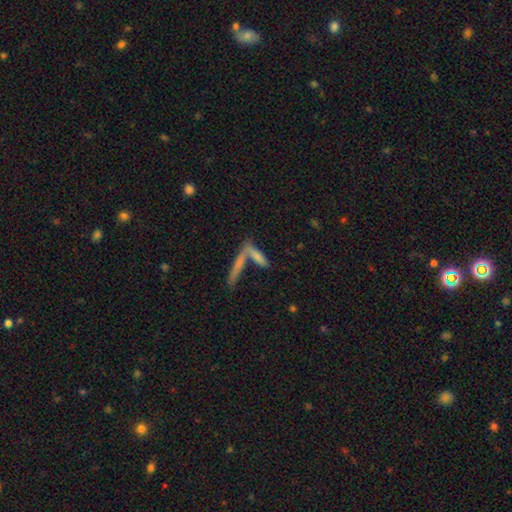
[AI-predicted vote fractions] smooth_or_featured: smooth (p=0.66) [alt: featured or disk p=0.25]
how_rounded: cigar-shaped (p=0.78) [alt: in between p=0.19]
merging: merger (p=0.44) [alt: none p=0.42]